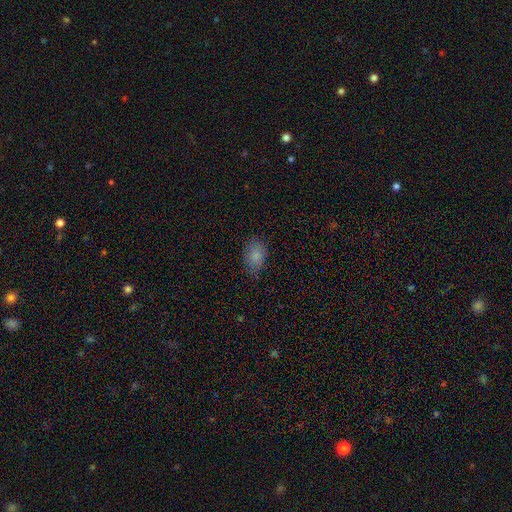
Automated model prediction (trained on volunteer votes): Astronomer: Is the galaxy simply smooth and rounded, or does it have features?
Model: smooth — 84%.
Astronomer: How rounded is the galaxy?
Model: in between — 85%.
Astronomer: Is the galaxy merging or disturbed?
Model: none — 76%.